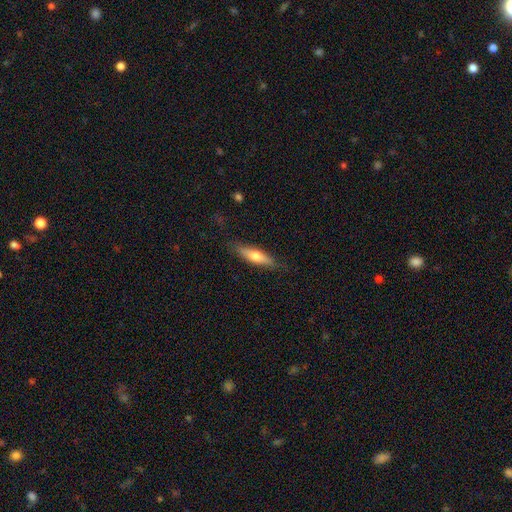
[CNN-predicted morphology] Smooth or featured? Predicted: smooth (p=0.58). How rounded? Predicted: cigar-shaped (p=0.68). Merging? Predicted: none (p=0.82).